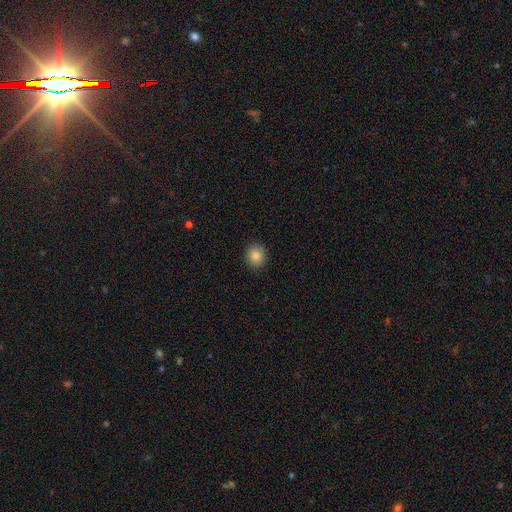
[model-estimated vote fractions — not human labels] Smooth or featured? smooth (86%)
How rounded? round (80%)
Merging? none (90%)